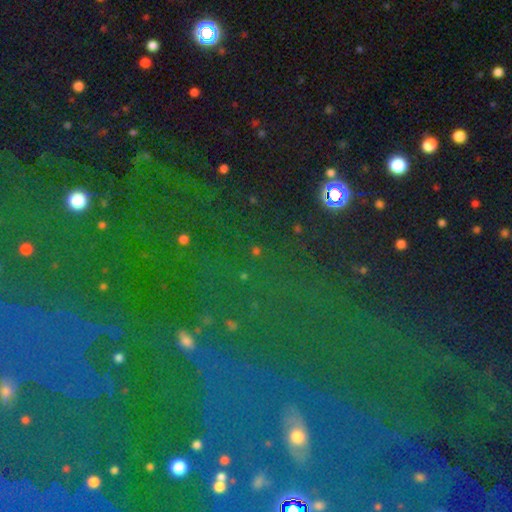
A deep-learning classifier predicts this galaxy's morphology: Smooth or featured: star or artifact — 66% (smooth — 19%)